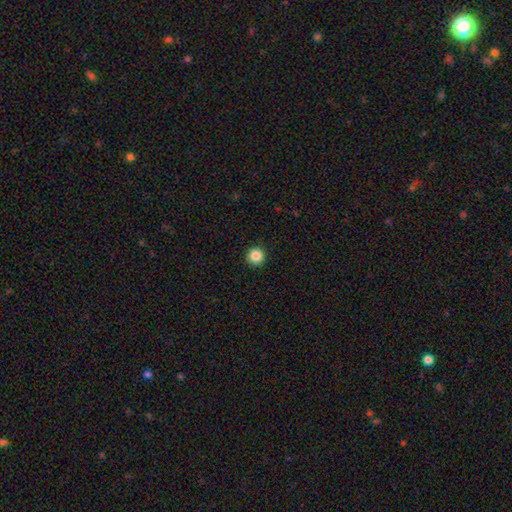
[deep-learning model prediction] Smooth or featured? smooth (86%)
How rounded? round (96%)
Merging? none (93%)